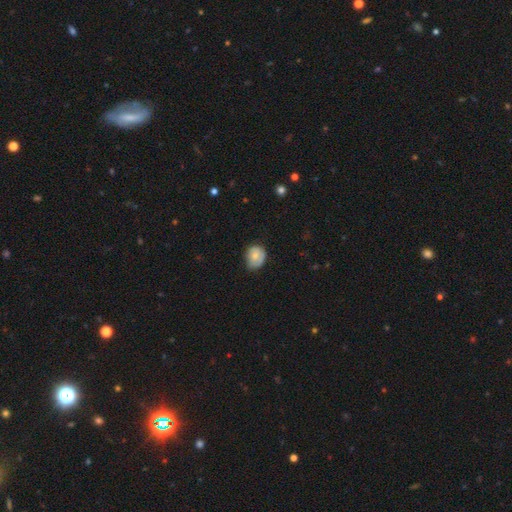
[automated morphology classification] type=smooth (68%); roundness=round (53%); merging=none (51%).